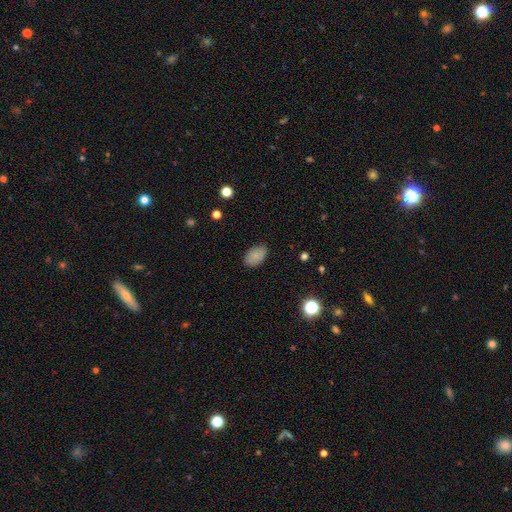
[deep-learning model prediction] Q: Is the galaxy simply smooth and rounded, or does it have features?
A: smooth — 81%.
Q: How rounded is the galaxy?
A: in between — 89%.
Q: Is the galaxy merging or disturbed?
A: none — 83%.